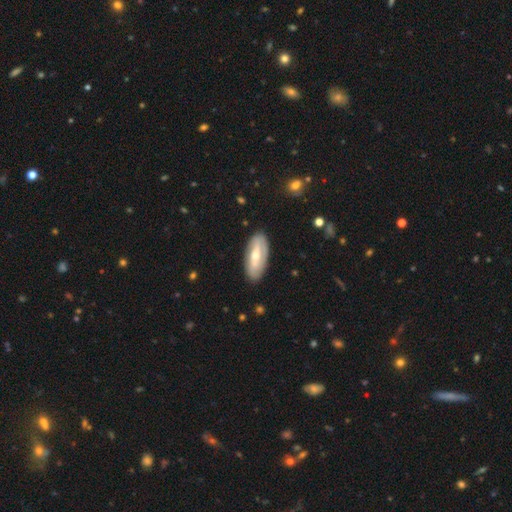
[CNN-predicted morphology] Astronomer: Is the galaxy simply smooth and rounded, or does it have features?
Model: featured or disk — 53% (runner-up: smooth, 41%).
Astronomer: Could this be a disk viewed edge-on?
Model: no — 79%.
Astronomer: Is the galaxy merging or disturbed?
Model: none — 85%.